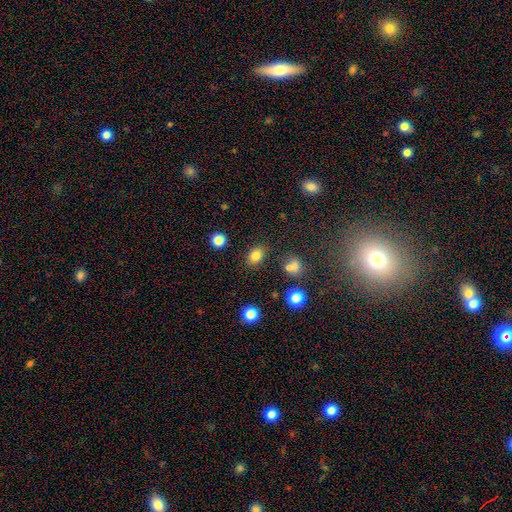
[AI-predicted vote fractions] smooth_or_featured: smooth (p=0.80) [alt: star or artifact p=0.12]
how_rounded: in between (p=0.71) [alt: round p=0.28]
merging: none (p=0.83) [alt: minor disturbance p=0.10]